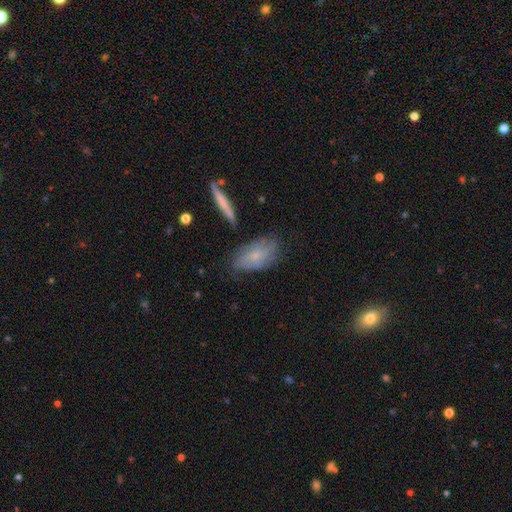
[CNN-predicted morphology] featured or disk 47%, smooth 45%, star or artifact 8%. Down the decision tree: merging — none (63%).